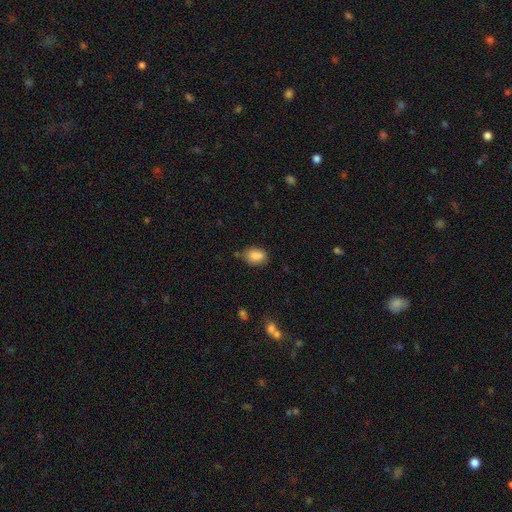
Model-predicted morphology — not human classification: Overall: smooth (86%). How rounded: in between (79%). Merging: none (72%).